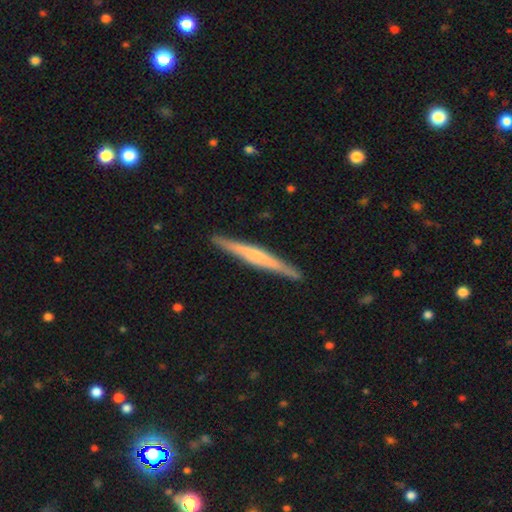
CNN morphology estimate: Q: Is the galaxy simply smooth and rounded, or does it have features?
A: featured or disk — 60%.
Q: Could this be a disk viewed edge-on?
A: yes — 98%.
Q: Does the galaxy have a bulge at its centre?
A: none — 42%.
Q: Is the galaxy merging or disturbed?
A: none — 91%.